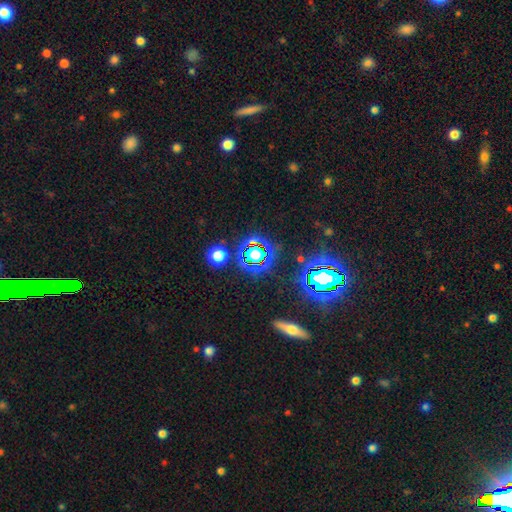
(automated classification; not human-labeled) Q: Smooth or featured?
A: star or artifact (74%); runner-up: smooth (15%)